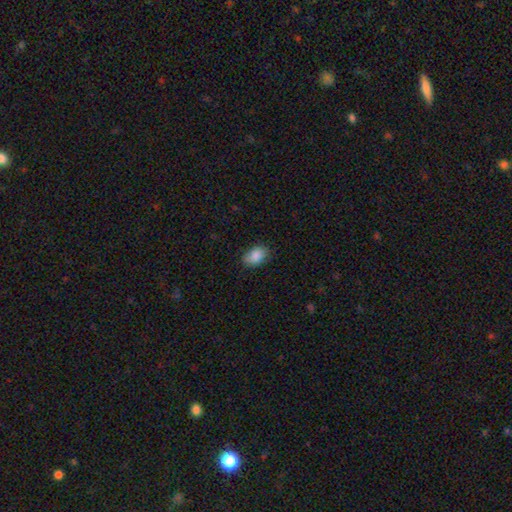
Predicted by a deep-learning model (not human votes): A smooth galaxy with no disk features (87%) that is in between round and cigar-shaped (87%). Merging: none (77%).